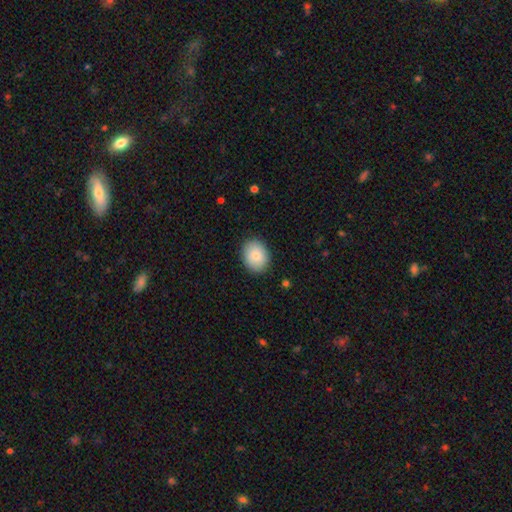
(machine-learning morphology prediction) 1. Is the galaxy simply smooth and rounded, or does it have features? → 85% smooth, 8% featured or disk, 7% star or artifact.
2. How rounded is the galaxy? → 61% in between, 38% round, 1% cigar-shaped.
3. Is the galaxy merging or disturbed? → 88% none, 9% minor disturbance, 2% major disturbance, 1% merger.